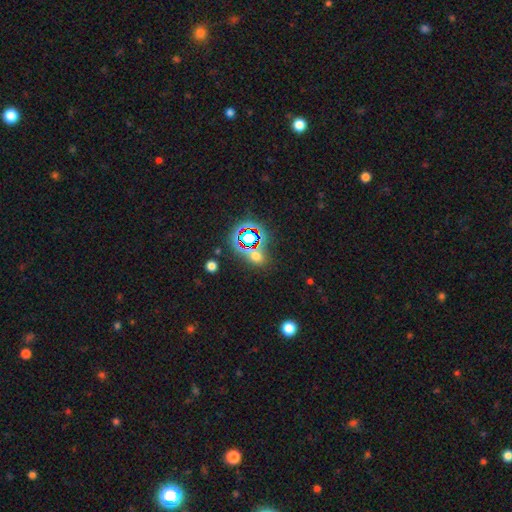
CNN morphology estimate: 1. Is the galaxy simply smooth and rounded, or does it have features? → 48% star or artifact, 43% smooth, 9% featured or disk.